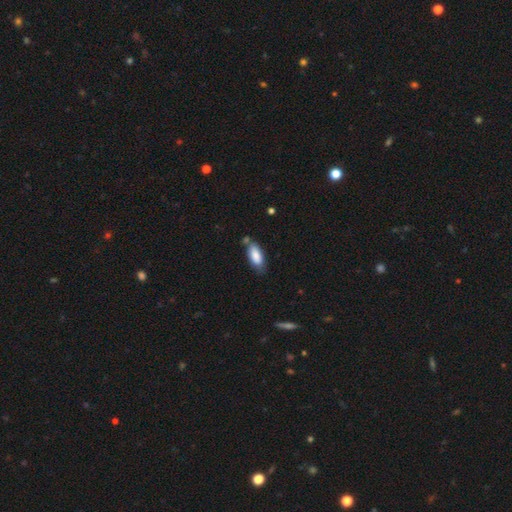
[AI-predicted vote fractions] smooth-or-featured: smooth: 84% | featured or disk: 10% | star or artifact: 6%
  how-rounded: in between: 82% | cigar-shaped: 16% | round: 2%
  merging: none: 63% | minor disturbance: 22% | merger: 10% | major disturbance: 5%